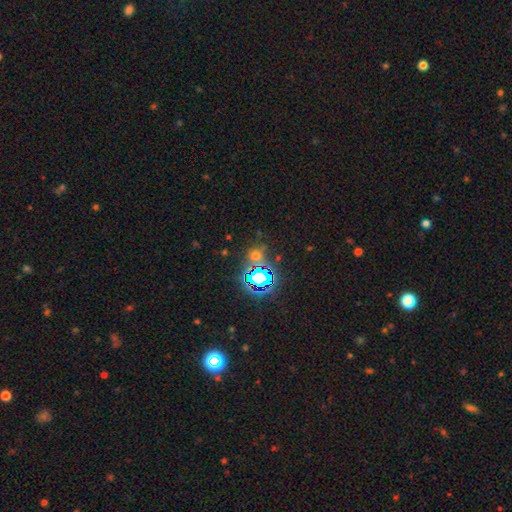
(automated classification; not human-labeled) Smooth or featured? Predicted: star or artifact (p=0.56).